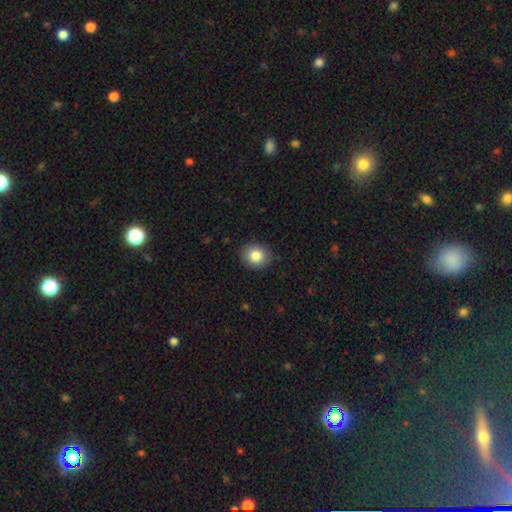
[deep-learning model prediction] Smooth or featured?
  - smooth: 83% *
  - star or artifact: 9%
  - featured or disk: 7%
How rounded?
  - round: 72% *
  - in between: 27%
  - cigar-shaped: 1%
Merging?
  - none: 89% *
  - minor disturbance: 8%
  - major disturbance: 2%
  - merger: 1%